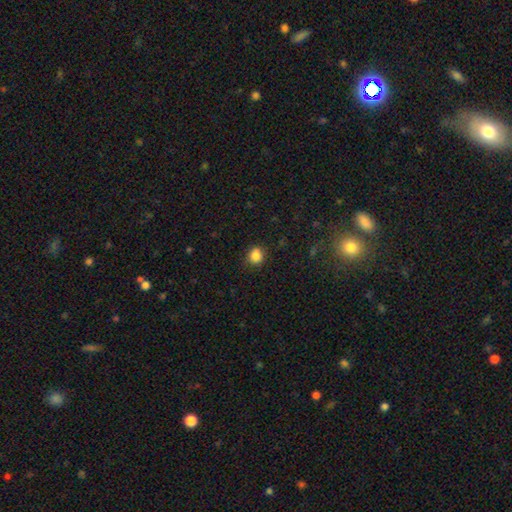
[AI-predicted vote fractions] smooth_or_featured: smooth (p=0.85) [alt: star or artifact p=0.11]
how_rounded: round (p=0.74) [alt: in between p=0.25]
merging: none (p=0.83) [alt: minor disturbance p=0.13]